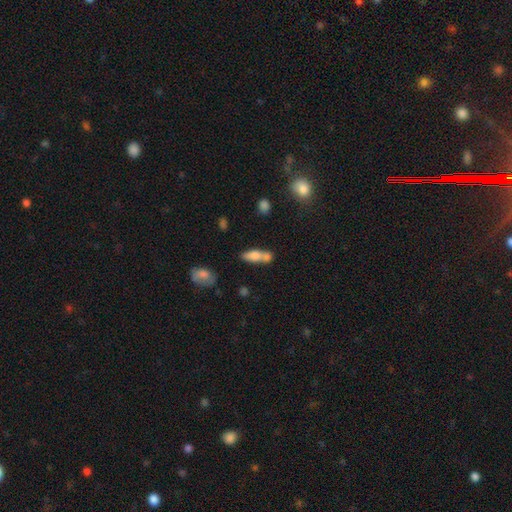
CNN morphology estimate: A smooth galaxy with no disk features (72%) that is in between round and cigar-shaped (59%). Merging: merger (44%).